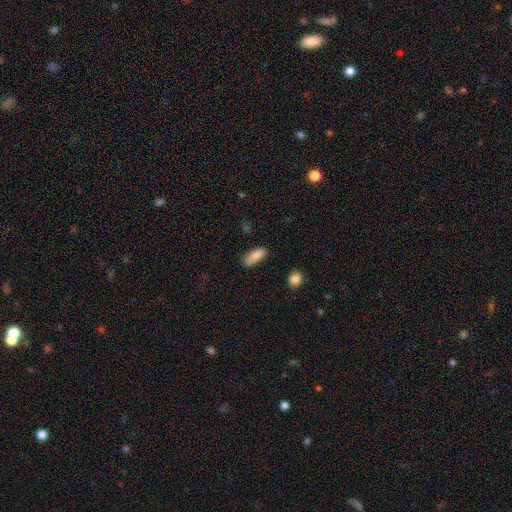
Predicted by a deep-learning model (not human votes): This is clearly a smooth galaxy (87%). How rounded: likely in between (71%). Merging: likely none (76%).